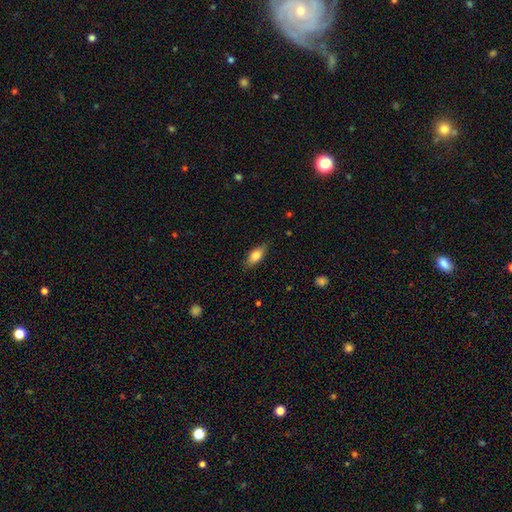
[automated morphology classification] This appears to be a smooth galaxy with no disk features (77%) that is in between round and cigar-shaped (82%). Merging: none (82%).